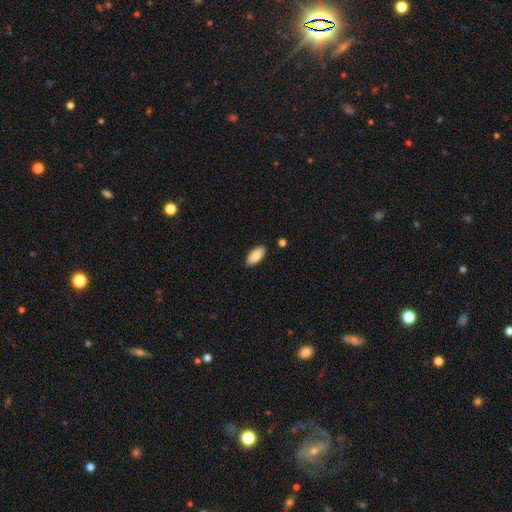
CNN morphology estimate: smooth_or_featured: smooth (p=0.85) [alt: featured or disk p=0.08]
how_rounded: in between (p=0.90) [alt: cigar-shaped p=0.08]
merging: none (p=0.88) [alt: minor disturbance p=0.08]